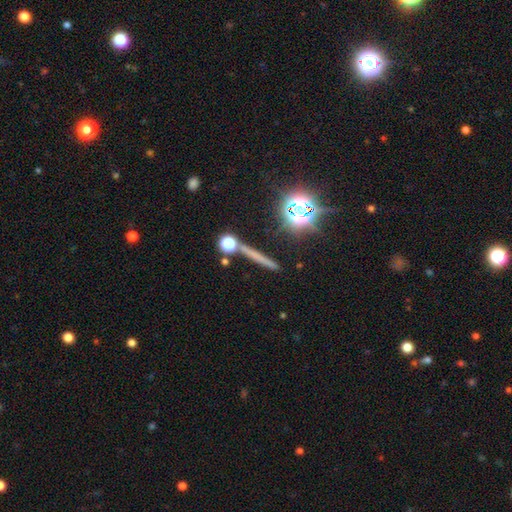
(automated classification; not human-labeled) Q: Smooth or featured?
A: smooth (42%); runner-up: featured or disk (30%)
Q: Merging?
A: none (83%); runner-up: minor disturbance (8%)